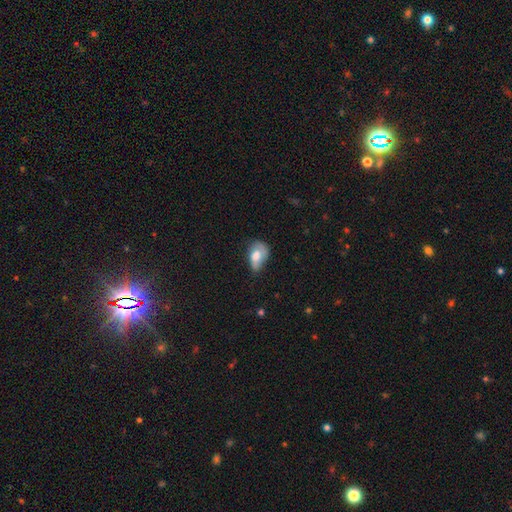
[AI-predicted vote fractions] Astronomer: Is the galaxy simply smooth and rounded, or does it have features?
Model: smooth — 65%.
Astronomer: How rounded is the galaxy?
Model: in between — 84%.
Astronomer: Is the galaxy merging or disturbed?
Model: minor disturbance — 41% (runner-up: none, 30%).